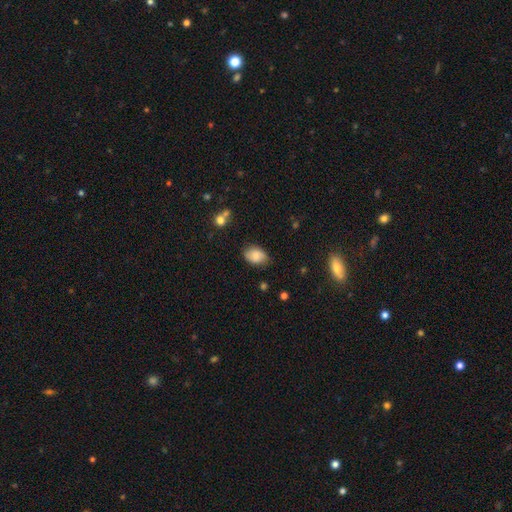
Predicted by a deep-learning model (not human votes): A smooth galaxy with no disk features (73%) that is in between round and cigar-shaped (83%). Merging: none (73%).